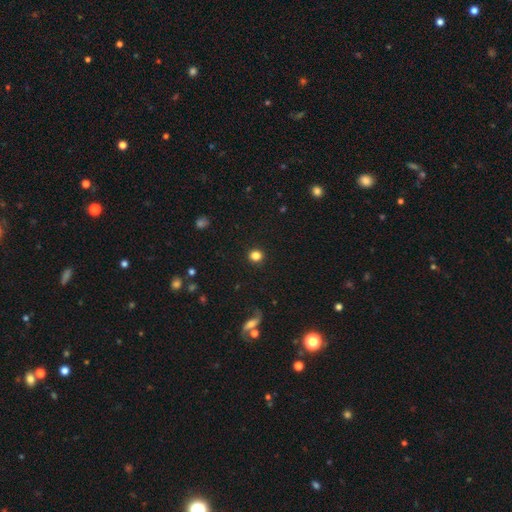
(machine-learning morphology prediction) Overall: smooth (83%). How rounded: round (87%). Merging: none (91%).